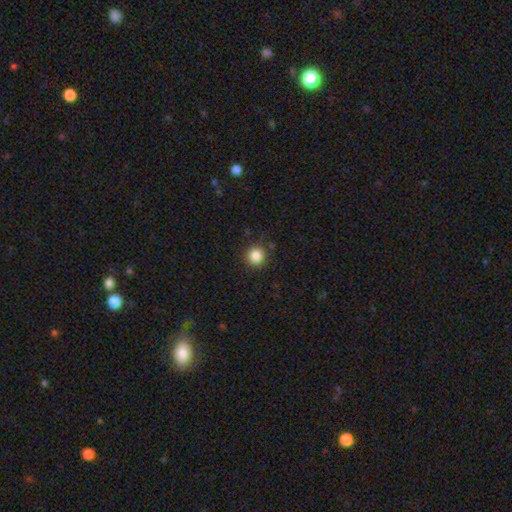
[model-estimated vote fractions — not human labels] Q: Smooth or featured?
A: smooth (85%); runner-up: star or artifact (11%)
Q: How rounded?
A: round (94%); runner-up: in between (5%)
Q: Merging?
A: none (87%); runner-up: minor disturbance (9%)